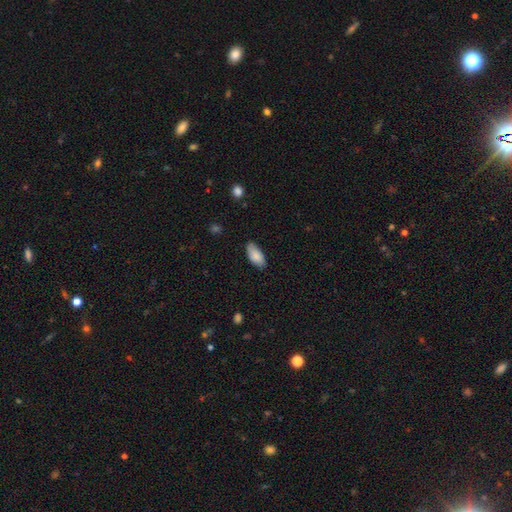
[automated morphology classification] Smooth or featured?
  - smooth: 86% *
  - featured or disk: 8%
  - star or artifact: 6%
How rounded?
  - in between: 91% *
  - cigar-shaped: 7%
  - round: 2%
Merging?
  - none: 79% *
  - minor disturbance: 17%
  - major disturbance: 3%
  - merger: 1%